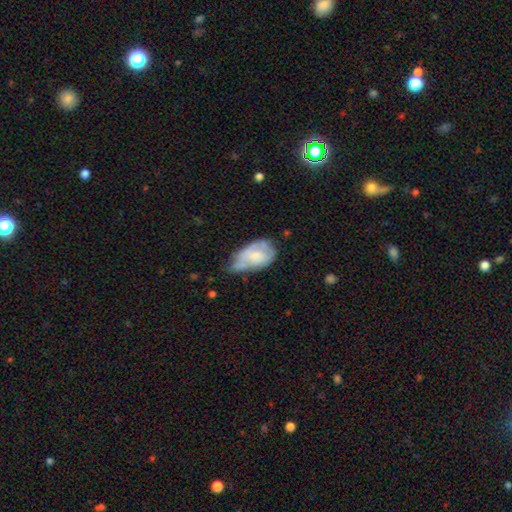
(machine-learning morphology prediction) smooth_or_featured: smooth (p=0.56) [alt: featured or disk p=0.36]
how_rounded: in between (p=0.90) [alt: round p=0.08]
merging: minor disturbance (p=0.43) [alt: none p=0.25]